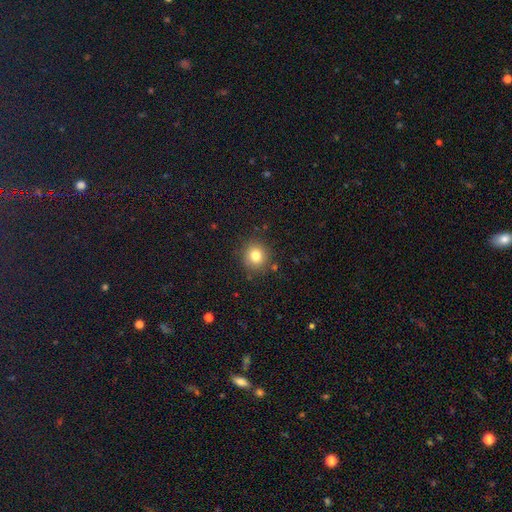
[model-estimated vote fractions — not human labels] smooth-or-featured: smooth: 80% | star or artifact: 12% | featured or disk: 8%
  how-rounded: round: 91% | in between: 8% | cigar-shaped: 1%
  merging: none: 88% | minor disturbance: 8% | major disturbance: 3% | merger: 2%